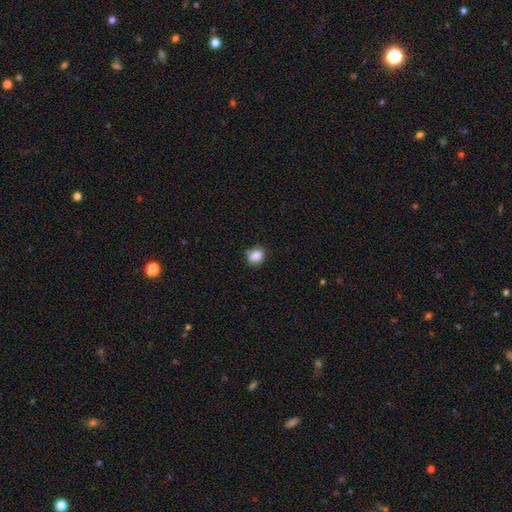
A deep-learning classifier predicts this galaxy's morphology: Overall: smooth (86%). How rounded: round (53%; in between 46%). Merging: none (74%).